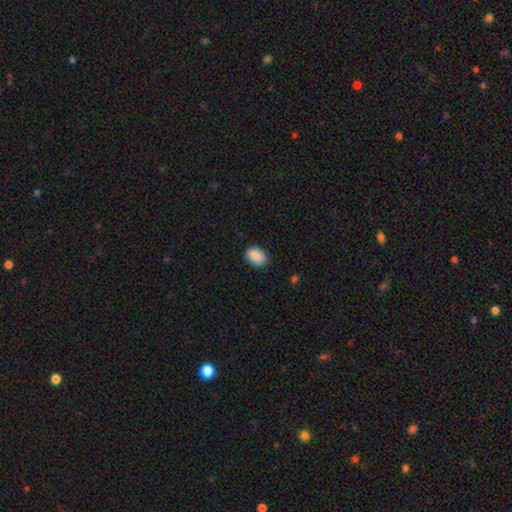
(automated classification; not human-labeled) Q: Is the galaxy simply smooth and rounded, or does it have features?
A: smooth — 88%.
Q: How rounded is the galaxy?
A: in between — 73%.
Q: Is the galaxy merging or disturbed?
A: none — 86%.